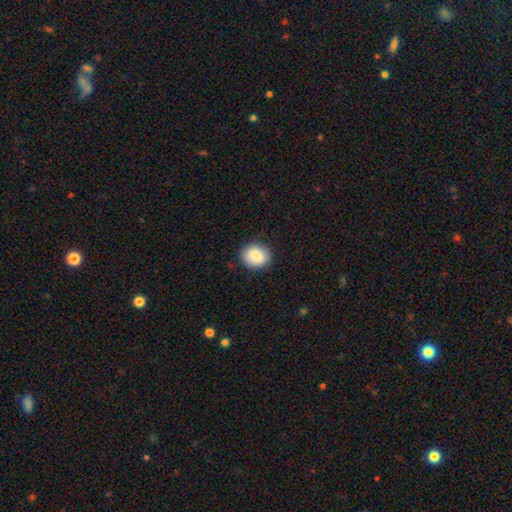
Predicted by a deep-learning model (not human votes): smooth_or_featured: smooth (p=0.84) [alt: featured or disk p=0.09]
how_rounded: round (p=0.66) [alt: in between p=0.33]
merging: none (p=0.86) [alt: minor disturbance p=0.11]